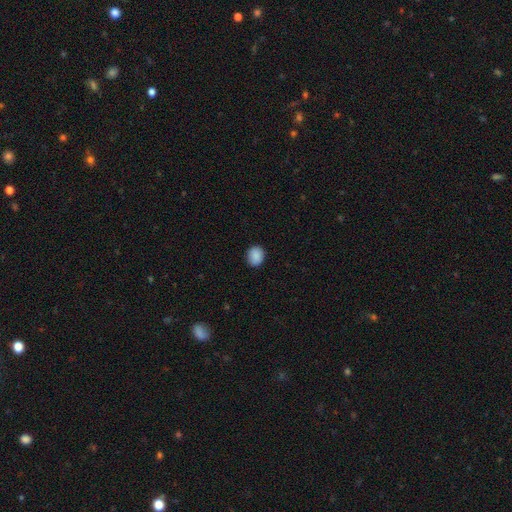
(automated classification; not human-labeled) Smooth or featured? Predicted: smooth (p=0.89). How rounded? Predicted: round (p=0.62). Merging? Predicted: none (p=0.87).